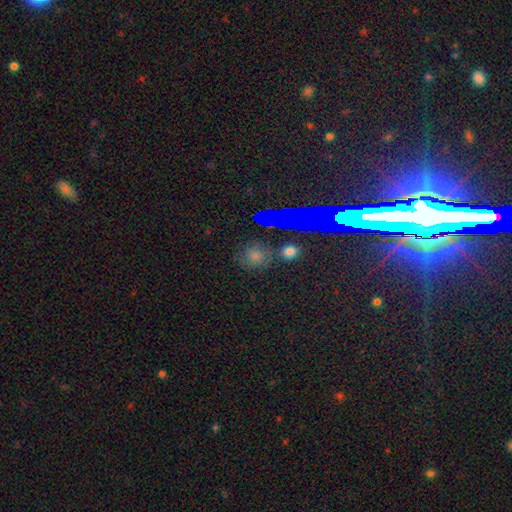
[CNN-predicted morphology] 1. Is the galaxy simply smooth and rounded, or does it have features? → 48% smooth, 36% star or artifact, 16% featured or disk.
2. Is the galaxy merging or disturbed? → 83% none, 10% minor disturbance, 3% major disturbance, 3% merger.